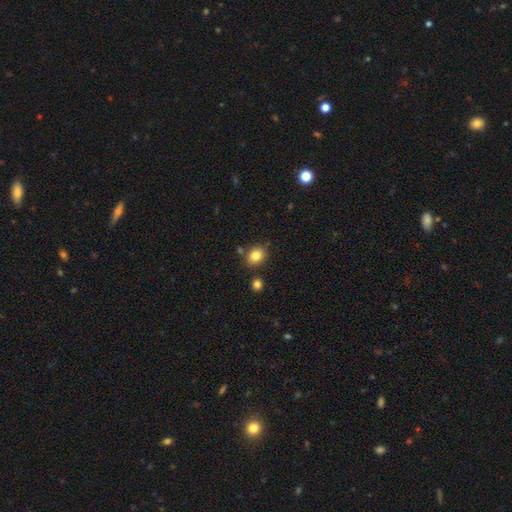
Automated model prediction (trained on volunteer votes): Q: Smooth or featured?
A: smooth (83%); runner-up: star or artifact (10%)
Q: How rounded?
A: round (58%); runner-up: in between (41%)
Q: Merging?
A: none (80%); runner-up: minor disturbance (11%)